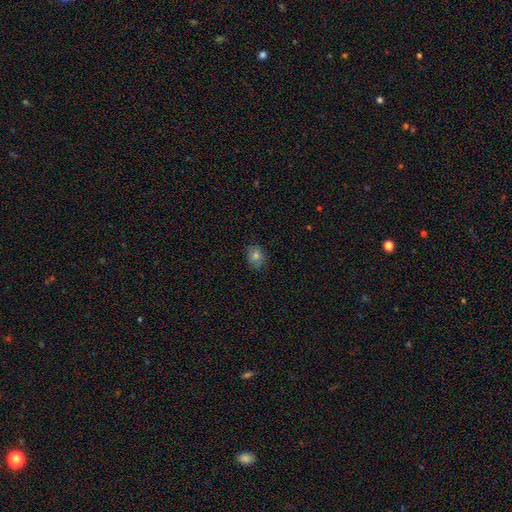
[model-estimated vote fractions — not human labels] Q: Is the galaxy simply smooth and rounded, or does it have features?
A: smooth — 73%.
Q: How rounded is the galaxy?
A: round — 69%.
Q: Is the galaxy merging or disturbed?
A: none — 81%.